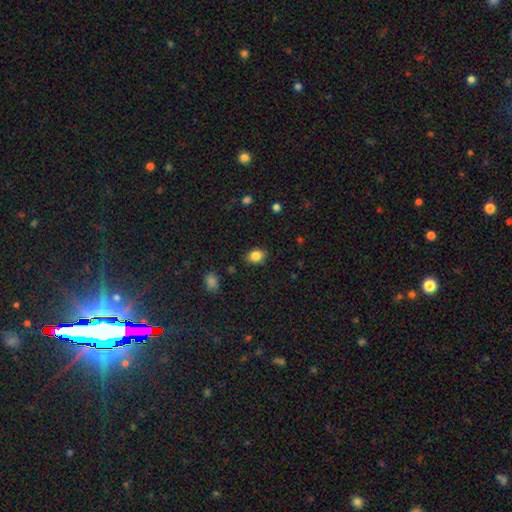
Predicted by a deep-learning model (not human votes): Smooth or featured?
  - smooth: 85% *
  - star or artifact: 10%
  - featured or disk: 5%
How rounded?
  - in between: 59% *
  - round: 40%
  - cigar-shaped: 1%
Merging?
  - none: 86% *
  - minor disturbance: 10%
  - major disturbance: 3%
  - merger: 1%